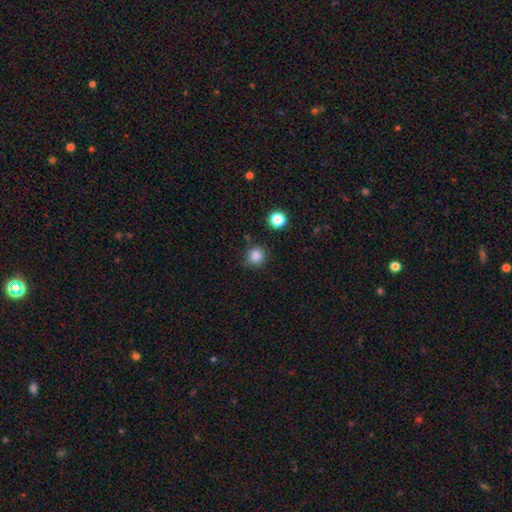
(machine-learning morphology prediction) Overall: smooth (85%). How rounded: round (92%). Merging: none (85%).